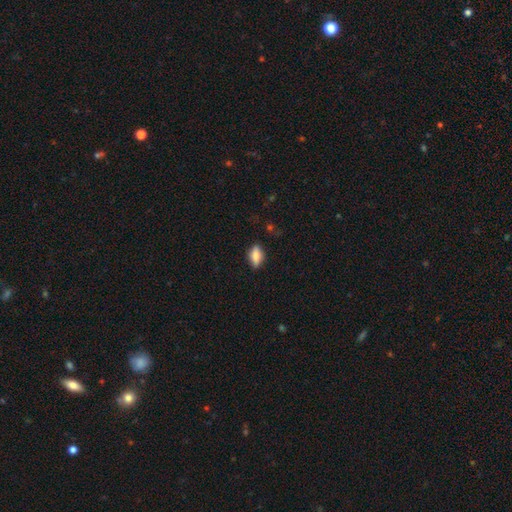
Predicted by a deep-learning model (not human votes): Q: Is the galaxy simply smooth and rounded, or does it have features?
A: smooth — 74%.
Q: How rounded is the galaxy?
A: in between — 80%.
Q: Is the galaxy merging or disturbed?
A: none — 78%.